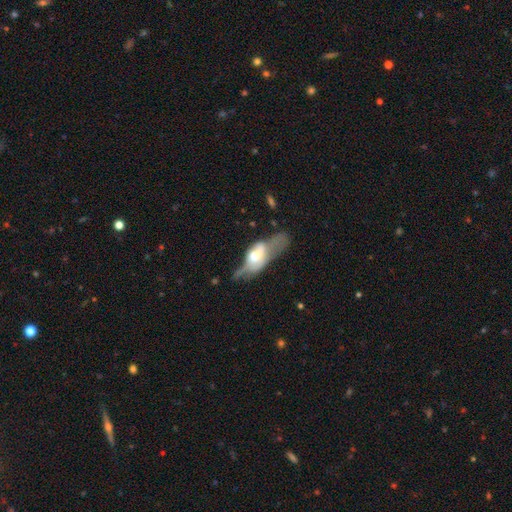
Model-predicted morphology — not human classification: Overall: featured or disk (53%; smooth 39%). Edge-on disk: no (65%; yes 35%). Merging: major disturbance (49%; minor disturbance 21%).